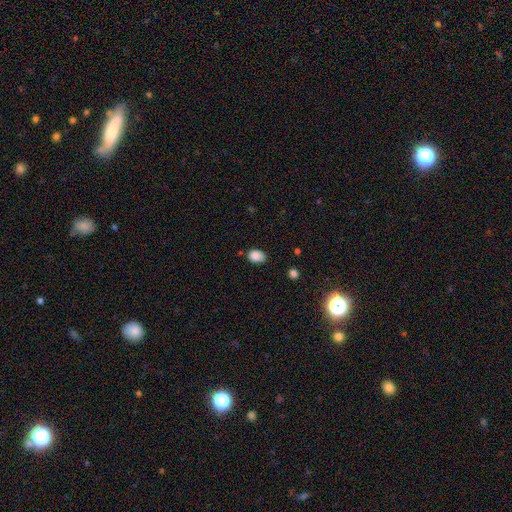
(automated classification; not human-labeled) A smooth galaxy with no disk features (86%) that is in between round and cigar-shaped (72%). Merging: none (70%).